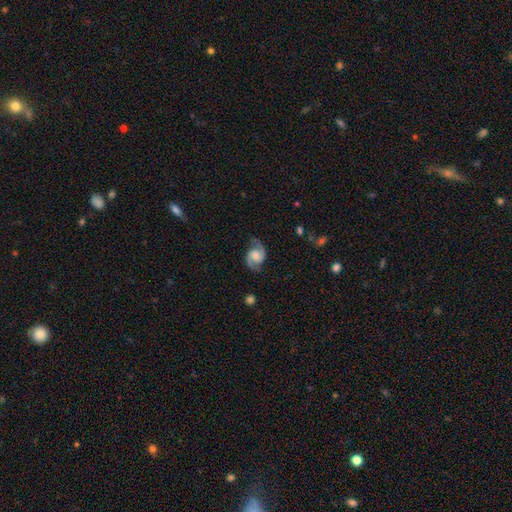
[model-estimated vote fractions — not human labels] A featured or disk galaxy (88%) with no bar (49%), 2 (94%) medium (57%) spiral arms (98%) and a moderate central bulge (44%). Merging: none (80%).